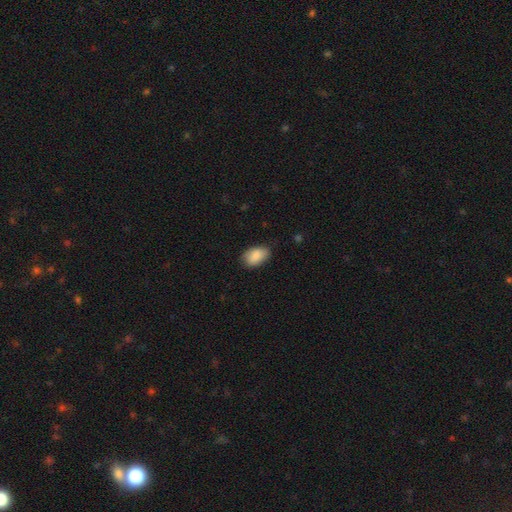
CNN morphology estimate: Smooth or featured: smooth — 88% (star or artifact — 6%)
How rounded: in between — 91% (round — 8%)
Merging: none — 75% (minor disturbance — 20%)